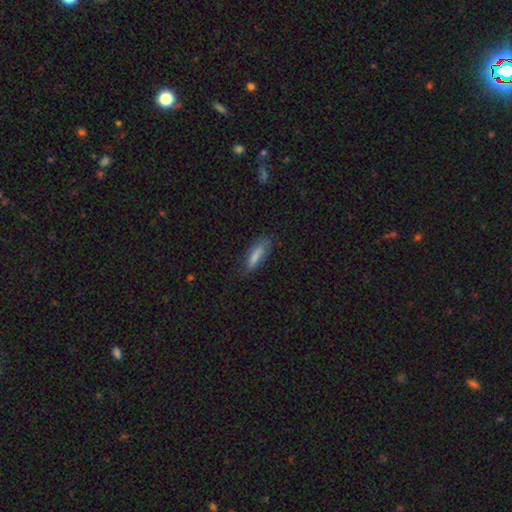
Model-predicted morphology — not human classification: Smooth or featured: smooth — 80% (featured or disk — 13%)
How rounded: cigar-shaped — 57% (in between — 41%)
Merging: none — 69% (minor disturbance — 23%)